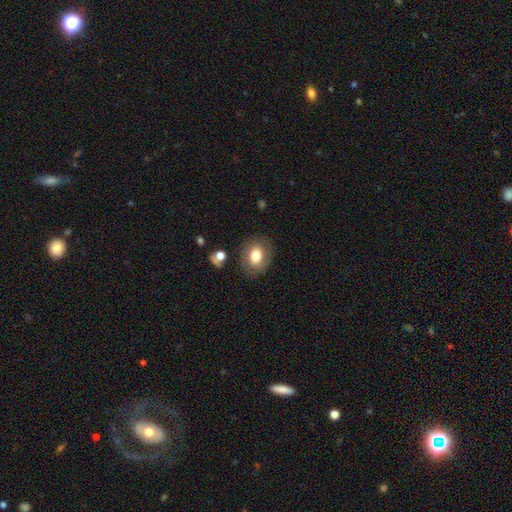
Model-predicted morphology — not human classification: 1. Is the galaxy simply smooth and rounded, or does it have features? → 74% smooth, 17% featured or disk, 9% star or artifact.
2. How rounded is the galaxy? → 51% in between, 48% round, 1% cigar-shaped.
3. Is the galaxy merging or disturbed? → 82% none, 11% minor disturbance, 4% major disturbance, 2% merger.